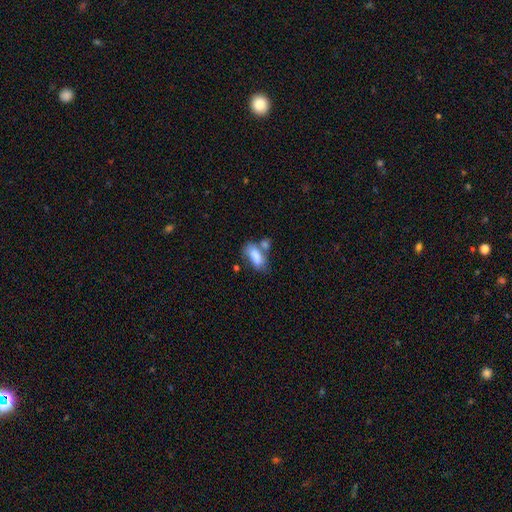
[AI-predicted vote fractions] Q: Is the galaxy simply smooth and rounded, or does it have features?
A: smooth — 79%.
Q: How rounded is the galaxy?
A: in between — 88%.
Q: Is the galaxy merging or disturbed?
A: merger — 37%, tied with none.